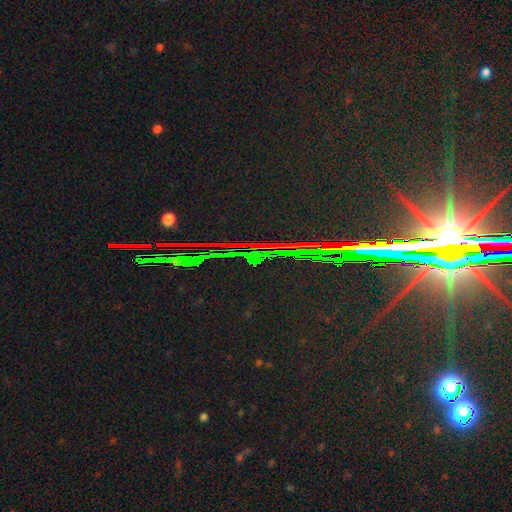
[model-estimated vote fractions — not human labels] Smooth or featured? star or artifact (86%)